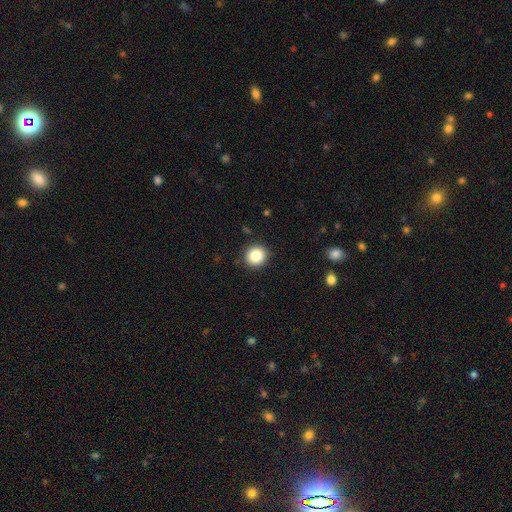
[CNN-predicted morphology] This appears to be a smooth galaxy with no disk features (85%) that is round (91%). Merging: none (91%).